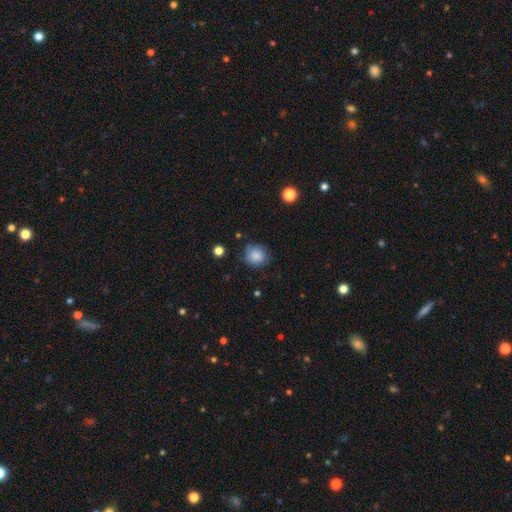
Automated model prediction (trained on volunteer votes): smooth-or-featured: smooth: 83% | featured or disk: 9% | star or artifact: 9%
  how-rounded: round: 83% | in between: 16% | cigar-shaped: 1%
  merging: none: 71% | minor disturbance: 21% | major disturbance: 6% | merger: 2%